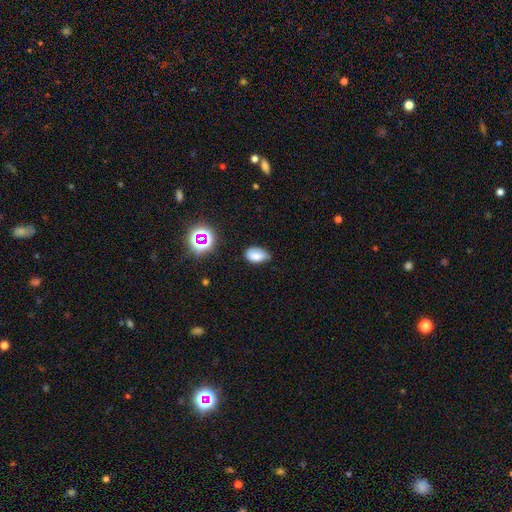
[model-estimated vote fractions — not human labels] Overall: smooth (77%). How rounded: in between (89%). Merging: none (60%; minor disturbance 32%).